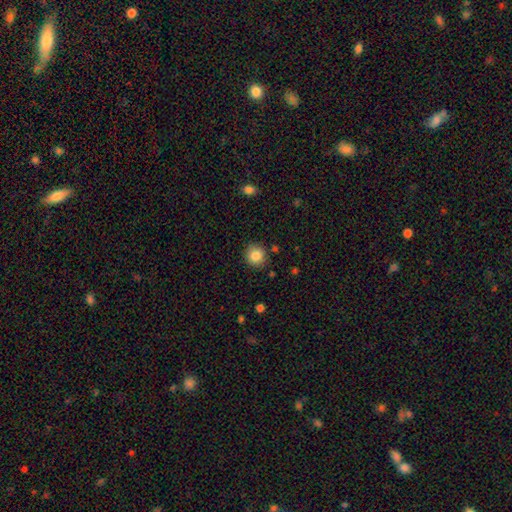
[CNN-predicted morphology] This is clearly a smooth galaxy (85%). How rounded: clearly round (91%). Merging: clearly none (88%).